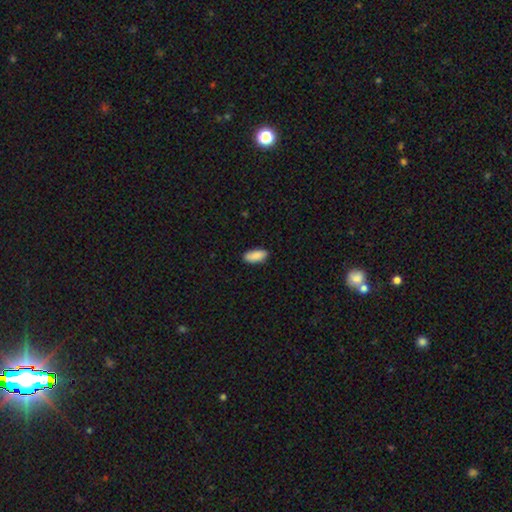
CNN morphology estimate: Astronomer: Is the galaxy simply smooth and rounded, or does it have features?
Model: smooth — 89%.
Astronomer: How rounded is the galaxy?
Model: in between — 87%.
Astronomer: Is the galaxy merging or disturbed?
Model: none — 86%.